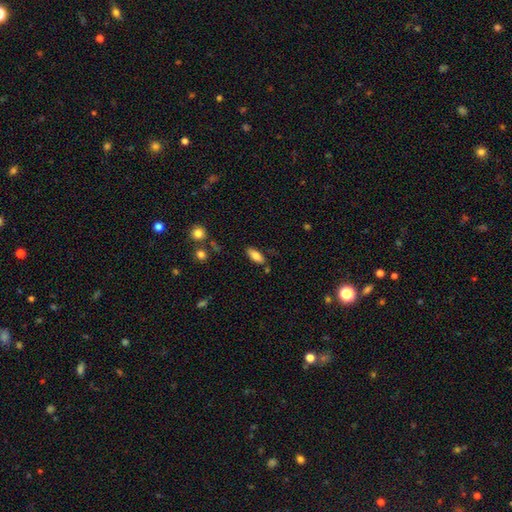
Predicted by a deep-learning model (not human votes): A smooth galaxy with no disk features (80%) that is in between round and cigar-shaped (84%).

Vote fractions:
- Smooth or featured? smooth: 80% / featured or disk: 12% / star or artifact: 8%
- How rounded? in between: 84% / cigar-shaped: 14% / round: 2%
- Merging? none: 78% / minor disturbance: 14% / merger: 4% / major disturbance: 3%